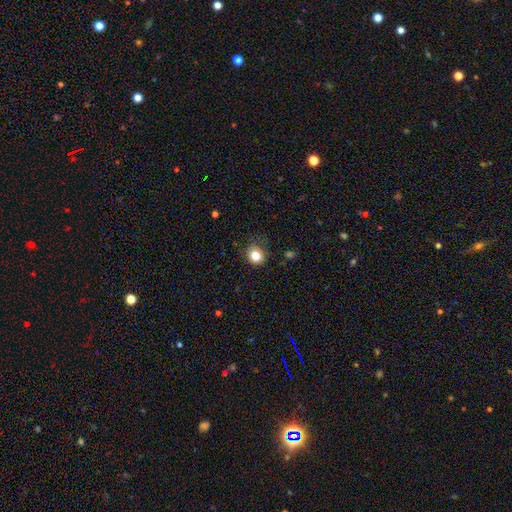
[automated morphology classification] A smooth galaxy with no disk features (82%) that is round (79%). Merging: none (77%).